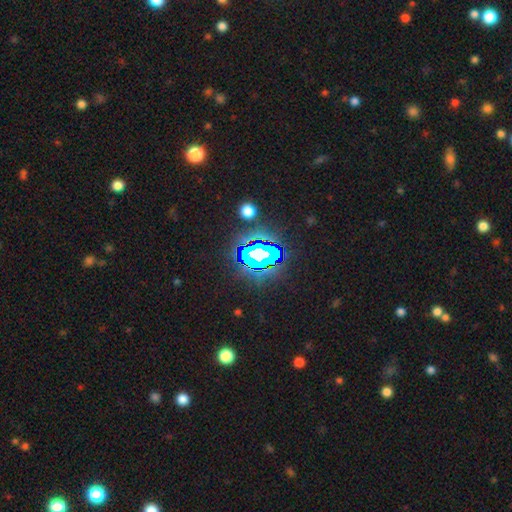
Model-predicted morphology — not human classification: star or artifact 72%, smooth 15%, featured or disk 12%.